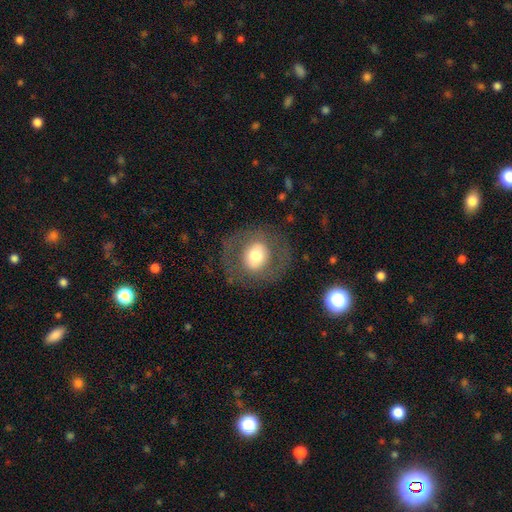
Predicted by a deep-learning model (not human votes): Smooth or featured?
  - smooth: 50% *
  - featured or disk: 42%
  - star or artifact: 8%
How rounded?
  - round: 73% *
  - in between: 25%
  - cigar-shaped: 1%
Merging?
  - none: 77% *
  - minor disturbance: 11%
  - major disturbance: 11%
  - merger: 1%